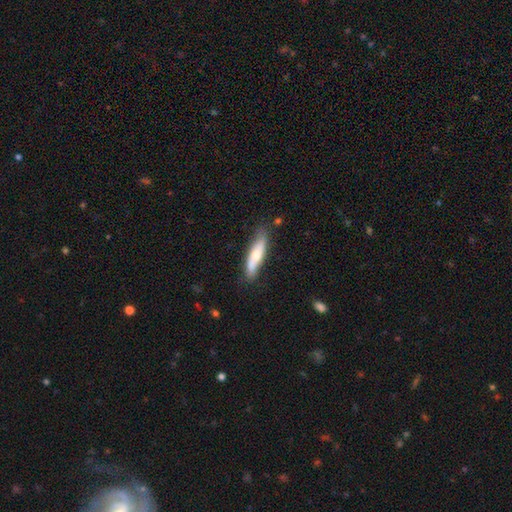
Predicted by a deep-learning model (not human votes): This is possibly a smooth galaxy (59%). How rounded: likely cigar-shaped (74%). Merging: likely none (73%).